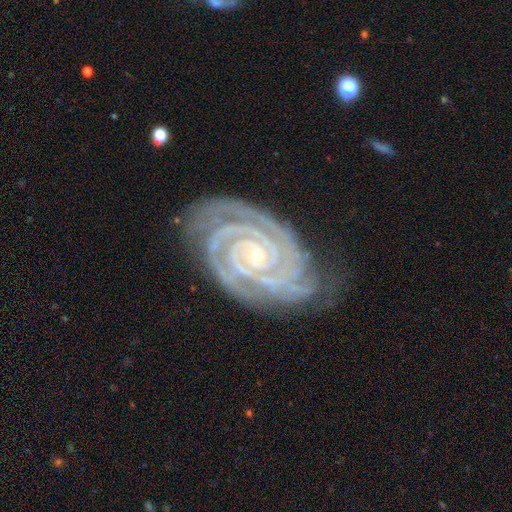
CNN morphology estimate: Smooth or featured?
  - featured or disk: 93% *
  - star or artifact: 4%
  - smooth: 2%
Edge-on disk?
  - no: 98% *
  - yes: 2%
Bar?
  - no: 67% *
  - weak: 19%
  - strong: 14%
Spiral arms?
  - yes: 99% *
  - no: 1%
Spiral winding?
  - tight: 88% *
  - medium: 11%
  - loose: 1%
Spiral arm count?
  - 2: 43% *
  - 3: 23%
  - 4: 13%
  - can't tell: 8%
  - more than 4: 7%
  - 1: 6%
Bulge size?
  - small: 83% *
  - moderate: 14%
  - none: 1%
  - large: 1%
  - dominant: 1%
Merging?
  - none: 74% *
  - minor disturbance: 20%
  - major disturbance: 5%
  - merger: 2%